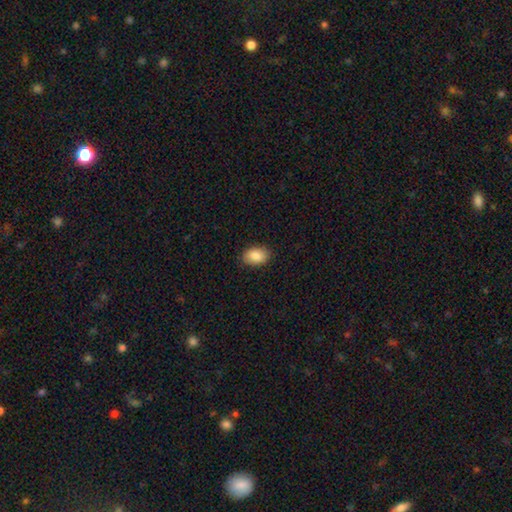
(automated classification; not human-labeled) Smooth or featured?
  - smooth: 88% *
  - star or artifact: 7%
  - featured or disk: 5%
How rounded?
  - in between: 87% *
  - round: 11%
  - cigar-shaped: 1%
Merging?
  - none: 88% *
  - minor disturbance: 9%
  - major disturbance: 2%
  - merger: 1%